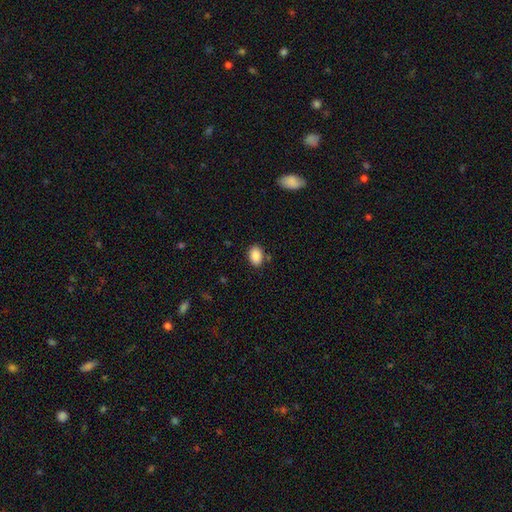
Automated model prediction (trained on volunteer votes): smooth_or_featured: smooth (p=0.89) [alt: star or artifact p=0.08]
how_rounded: in between (p=0.82) [alt: round p=0.17]
merging: none (p=0.84) [alt: minor disturbance p=0.11]